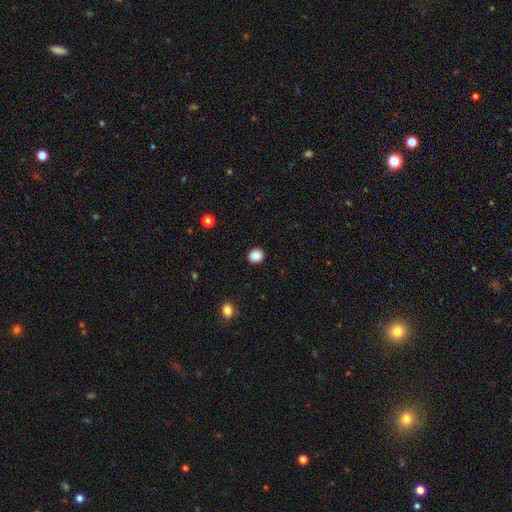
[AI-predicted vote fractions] Smooth or featured?
  - smooth: 88% *
  - star or artifact: 9%
  - featured or disk: 3%
How rounded?
  - round: 80% *
  - in between: 19%
  - cigar-shaped: 1%
Merging?
  - none: 92% *
  - minor disturbance: 5%
  - major disturbance: 2%
  - merger: 1%